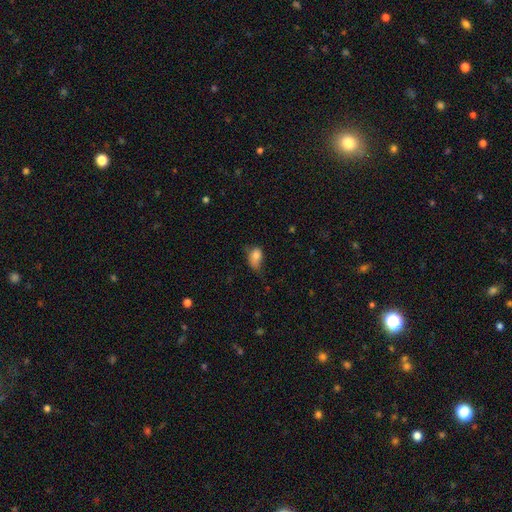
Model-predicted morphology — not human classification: This appears to be a smooth galaxy with no disk features (80%) that is in between round and cigar-shaped (84%). Merging: minor disturbance (41%).